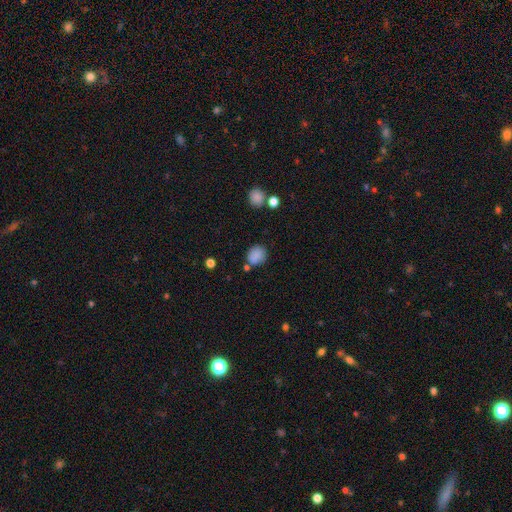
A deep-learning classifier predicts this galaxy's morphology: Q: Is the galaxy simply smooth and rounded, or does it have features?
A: smooth — 85%.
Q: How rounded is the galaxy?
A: round — 75%.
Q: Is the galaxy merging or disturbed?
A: none — 70%.